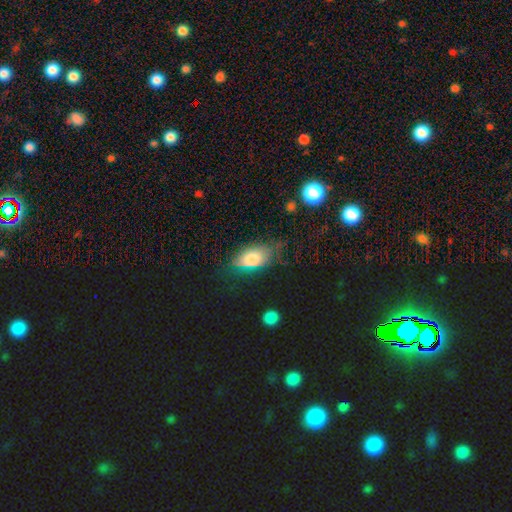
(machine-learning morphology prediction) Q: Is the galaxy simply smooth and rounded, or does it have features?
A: smooth — 72%.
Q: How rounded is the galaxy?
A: in between — 86%.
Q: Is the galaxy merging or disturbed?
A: none — 61%.